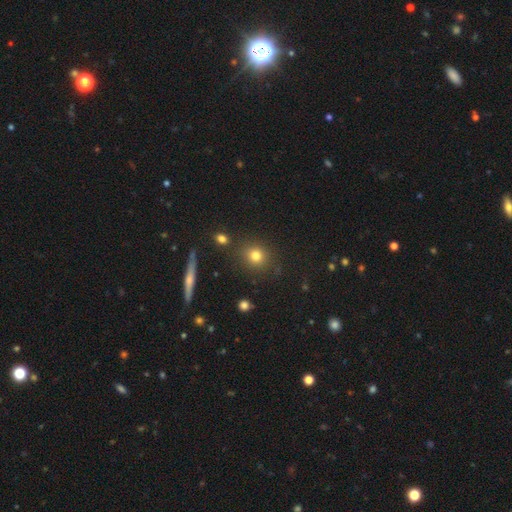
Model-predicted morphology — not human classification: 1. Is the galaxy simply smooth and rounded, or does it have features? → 79% smooth, 13% star or artifact, 8% featured or disk.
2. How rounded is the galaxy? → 81% round, 17% in between, 2% cigar-shaped.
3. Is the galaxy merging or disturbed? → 84% none, 9% minor disturbance, 4% merger, 3% major disturbance.